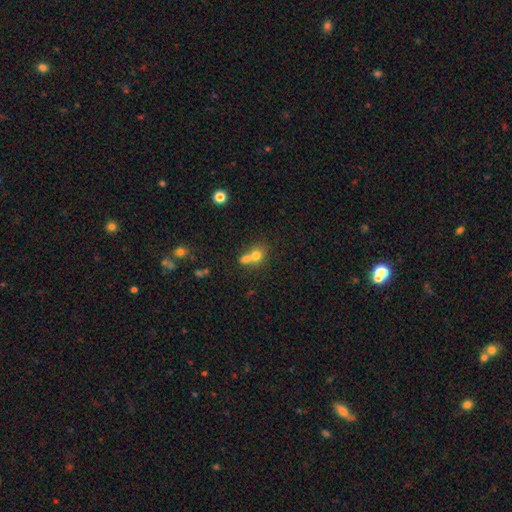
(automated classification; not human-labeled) A smooth galaxy with no disk features (72%) that is round (72%). Merging: merger (58%).